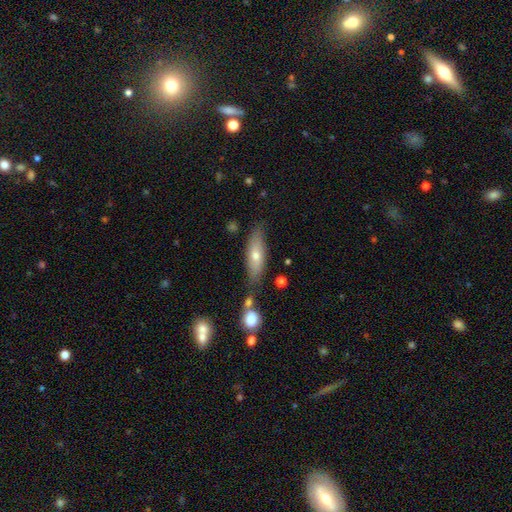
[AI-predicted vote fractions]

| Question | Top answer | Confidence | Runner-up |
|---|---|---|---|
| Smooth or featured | smooth | 61% | featured or disk (32%) |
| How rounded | in between | 52% | cigar-shaped (45%) |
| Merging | none | 69% | minor disturbance (18%) |